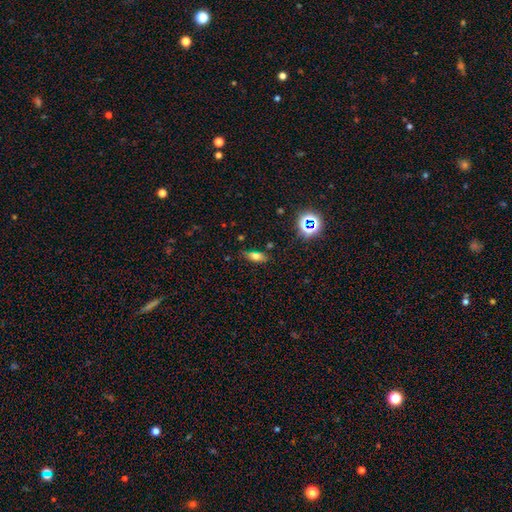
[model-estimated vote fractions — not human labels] Smooth or featured? smooth (67%)
How rounded? in between (74%)
Merging? none (76%)